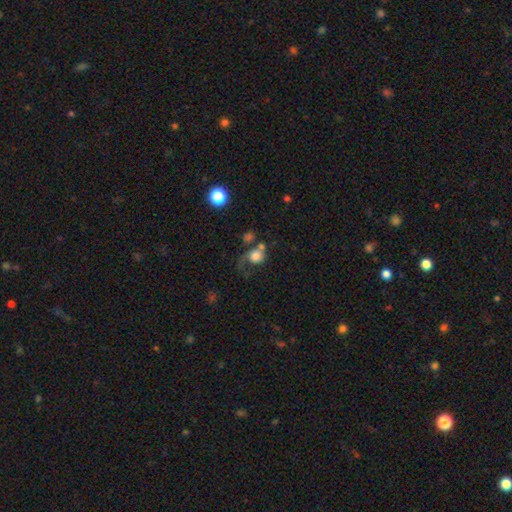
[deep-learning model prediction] Smooth or featured? smooth (65%)
How rounded? round (75%)
Merging? major disturbance (37%)